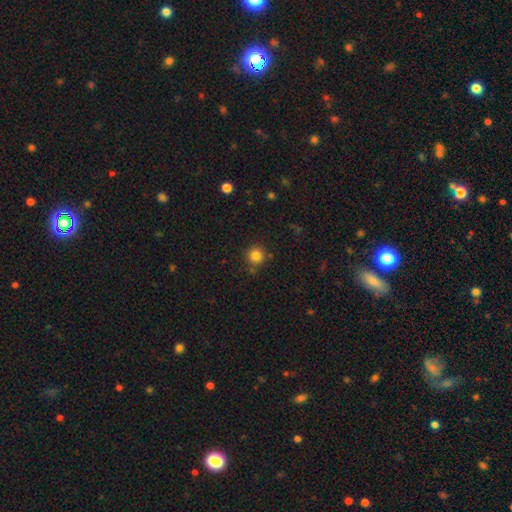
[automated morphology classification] A smooth galaxy with no disk features (83%) that is round (94%). Merging: none (82%).